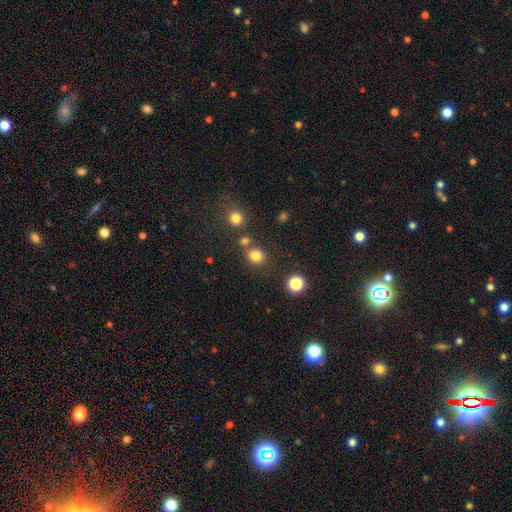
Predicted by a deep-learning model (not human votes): Overall: smooth (80%). How rounded: round (85%). Merging: none (73%).